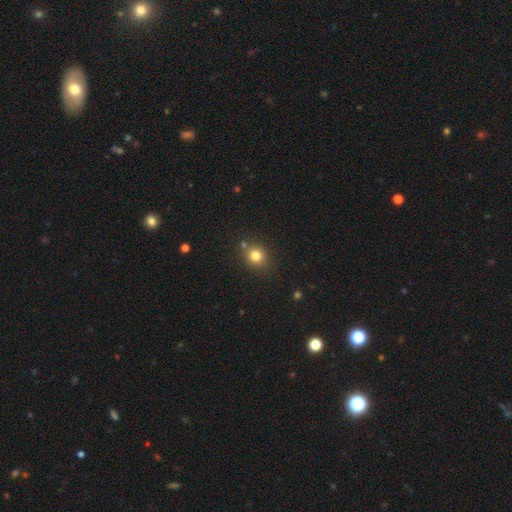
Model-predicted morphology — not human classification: Smooth or featured? smooth (80%)
How rounded? round (78%)
Merging? none (78%)